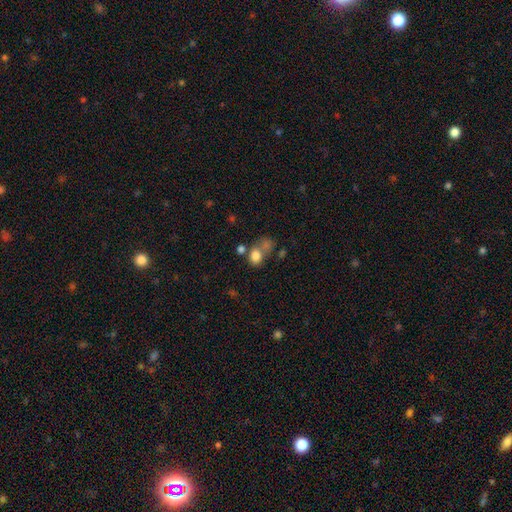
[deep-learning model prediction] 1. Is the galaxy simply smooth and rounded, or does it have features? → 79% smooth, 12% star or artifact, 9% featured or disk.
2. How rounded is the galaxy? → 56% in between, 43% round, 1% cigar-shaped.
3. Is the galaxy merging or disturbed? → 43% none, 36% merger, 13% minor disturbance, 9% major disturbance.